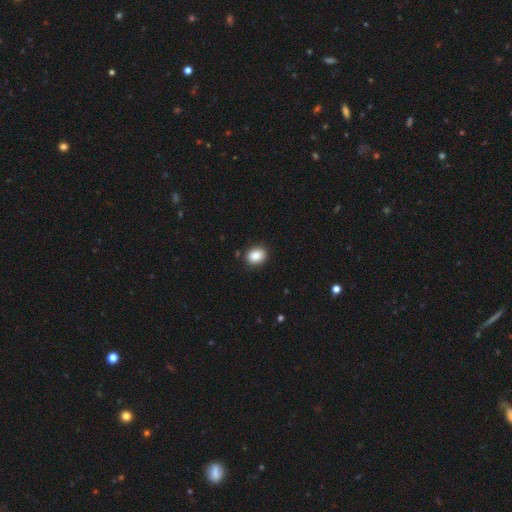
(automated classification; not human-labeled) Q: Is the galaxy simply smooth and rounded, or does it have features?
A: smooth — 87%.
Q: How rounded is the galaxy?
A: in between — 59%.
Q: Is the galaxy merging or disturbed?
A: none — 86%.